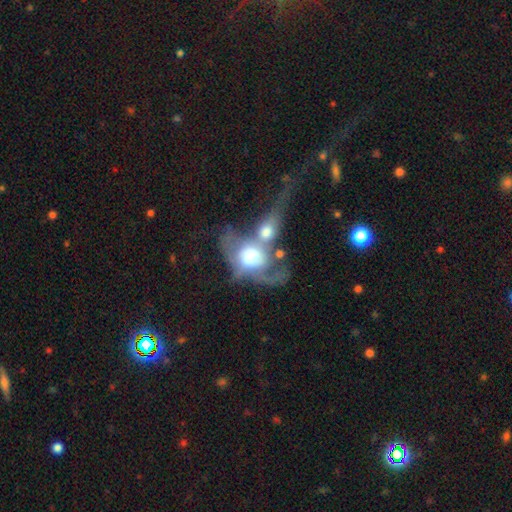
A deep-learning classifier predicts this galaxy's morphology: type=featured or disk (53%); edge-on=no (92%); merging=merger (69%).